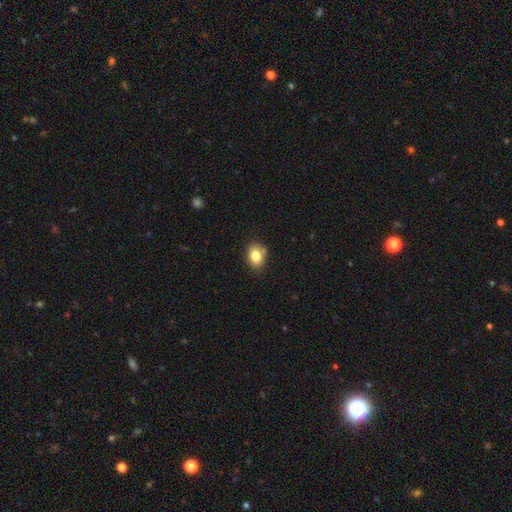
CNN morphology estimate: This appears to be a smooth galaxy with no disk features (82%) that is in between round and cigar-shaped (68%). Merging: none (75%).